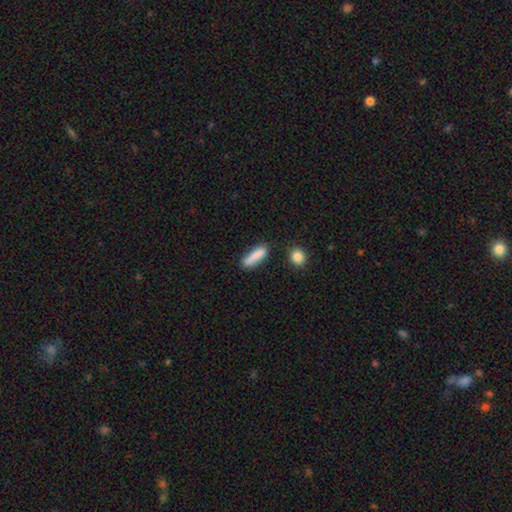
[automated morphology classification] The model was most divided on "how rounded": cigar-shaped: 69%, in between: 29%, round: 2%. More confident: smooth or featured — smooth (84%); merging — none (72%).